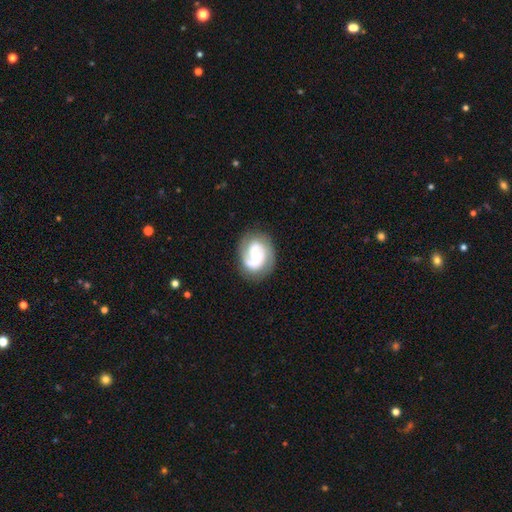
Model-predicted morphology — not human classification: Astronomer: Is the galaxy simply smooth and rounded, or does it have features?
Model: featured or disk — 82%.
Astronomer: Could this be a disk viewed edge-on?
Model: no — 98%.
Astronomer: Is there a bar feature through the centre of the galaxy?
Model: no — 60%.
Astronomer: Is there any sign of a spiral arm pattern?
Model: yes — 94%.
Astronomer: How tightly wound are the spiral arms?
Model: tight — 47% (runner-up: medium, 40%).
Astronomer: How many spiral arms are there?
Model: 2 — 72%.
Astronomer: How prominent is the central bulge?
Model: moderate — 51% (runner-up: small, 42%).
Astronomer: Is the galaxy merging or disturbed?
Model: none — 77%.